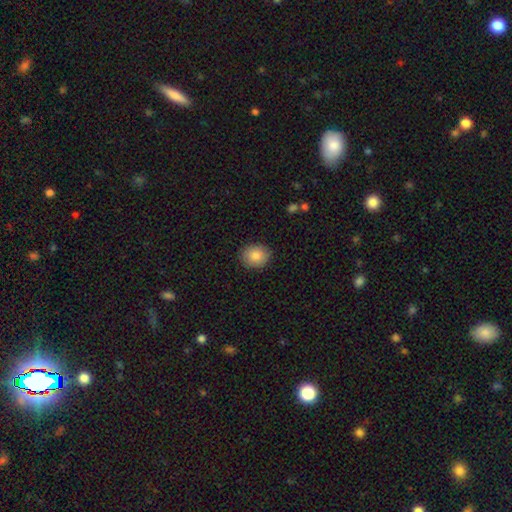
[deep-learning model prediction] Smooth or featured?
  - smooth: 85% *
  - star or artifact: 8%
  - featured or disk: 7%
How rounded?
  - round: 71% *
  - in between: 28%
  - cigar-shaped: 1%
Merging?
  - none: 89% *
  - minor disturbance: 8%
  - major disturbance: 2%
  - merger: 1%